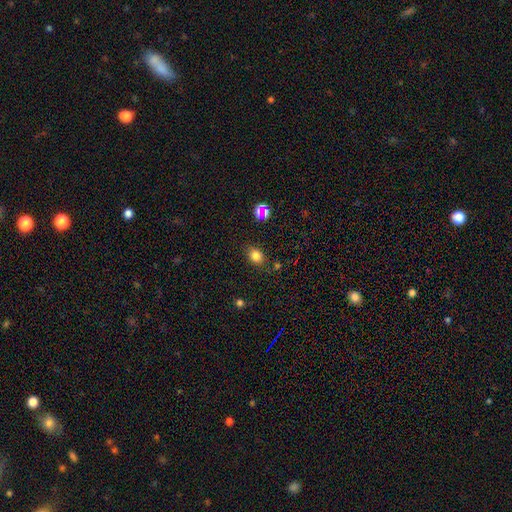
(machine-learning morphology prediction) Smooth or featured? smooth (79%)
How rounded? in between (54%)
Merging? none (82%)